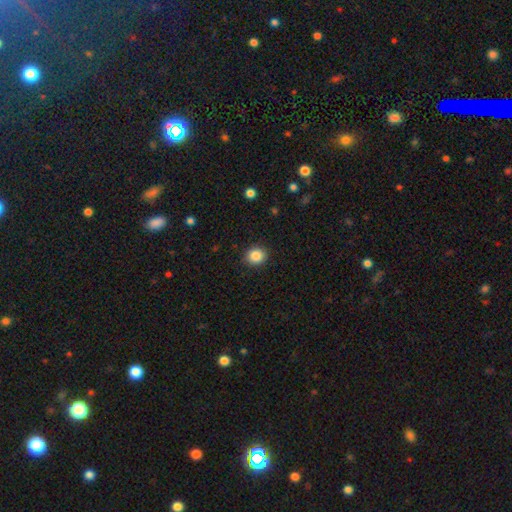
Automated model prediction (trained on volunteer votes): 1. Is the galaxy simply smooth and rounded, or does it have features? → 87% smooth, 9% star or artifact, 4% featured or disk.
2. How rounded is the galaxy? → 71% round, 28% in between, 1% cigar-shaped.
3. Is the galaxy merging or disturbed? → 89% none, 8% minor disturbance, 2% major disturbance, 1% merger.